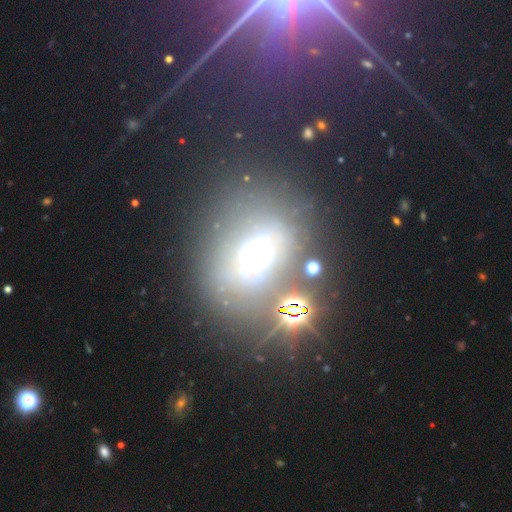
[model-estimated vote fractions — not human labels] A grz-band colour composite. It shows a star or artifact, not a galaxy (39%).